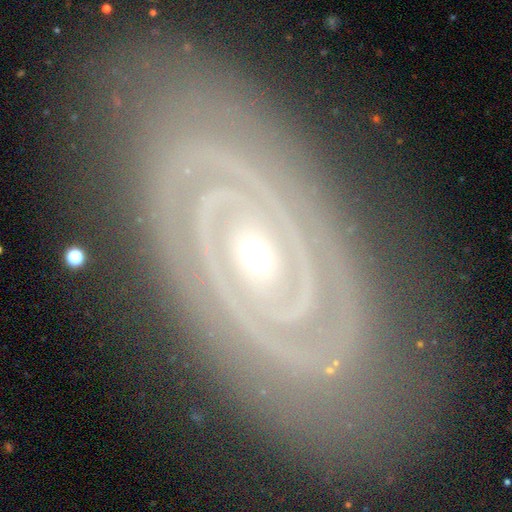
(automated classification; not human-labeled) The model was most divided on "bulge size": small: 73%, moderate: 24%, large: 2%, none: 1%, dominant: 1%. More confident: spiral arms — yes (96%); edge-on disk — no (96%); smooth or featured — featured or disk (91%); spiral winding — tight (84%); merging — none (80%); spiral arm count — 2 (69%); bar — no (68%).